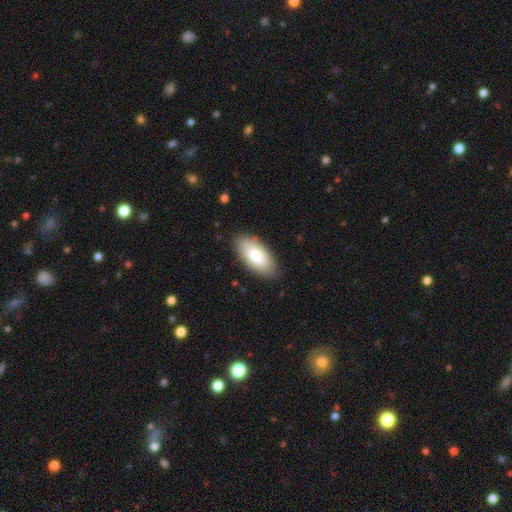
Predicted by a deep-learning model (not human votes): Smooth or featured: smooth — 81% (featured or disk — 13%)
How rounded: in between — 92% (cigar-shaped — 6%)
Merging: none — 86% (minor disturbance — 10%)